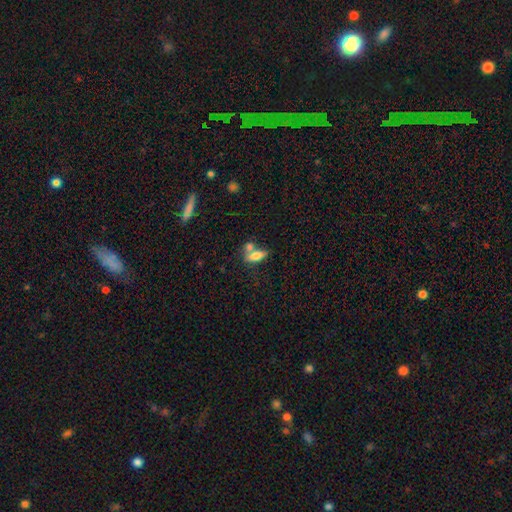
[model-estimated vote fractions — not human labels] A smooth galaxy with no disk features (71%) that is in between round and cigar-shaped (70%).

Vote fractions:
- Smooth or featured? smooth: 71% / featured or disk: 21% / star or artifact: 8%
- How rounded? in between: 70% / cigar-shaped: 26% / round: 5%
- Merging? none: 43% / merger: 39% / minor disturbance: 12% / major disturbance: 5%